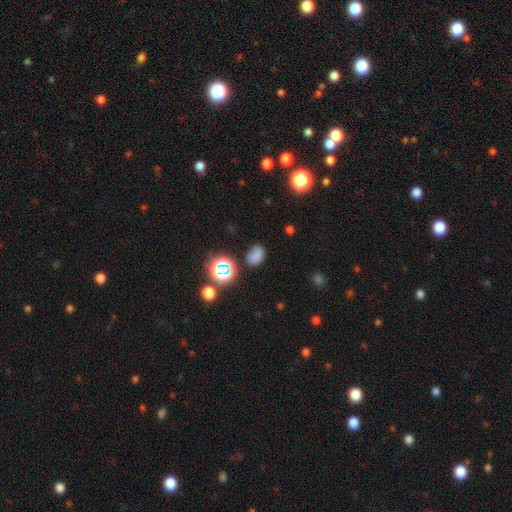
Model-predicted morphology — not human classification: Smooth or featured?
  - smooth: 68% *
  - star or artifact: 23%
  - featured or disk: 9%
How rounded?
  - in between: 68% *
  - round: 30%
  - cigar-shaped: 1%
Merging?
  - none: 70% *
  - minor disturbance: 20%
  - major disturbance: 6%
  - merger: 4%